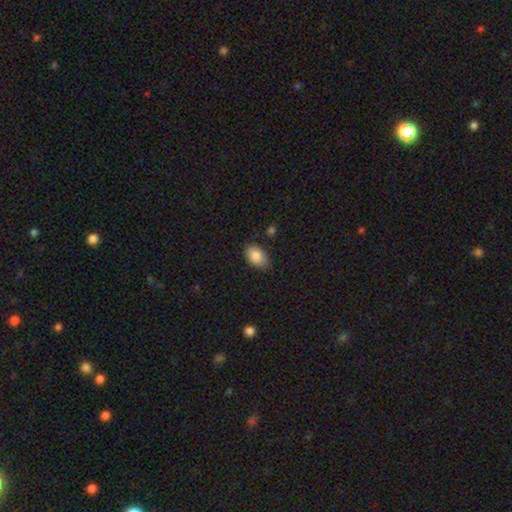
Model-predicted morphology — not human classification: This appears to be a smooth galaxy with no disk features (86%) that is in between round and cigar-shaped (91%). Merging: none (79%).